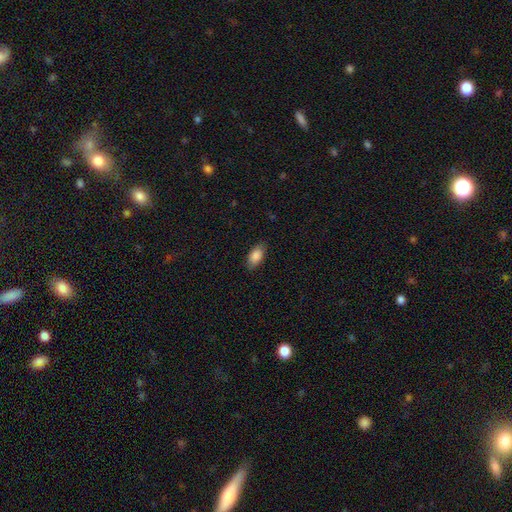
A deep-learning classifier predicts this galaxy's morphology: Q: Smooth or featured?
A: smooth (86%); runner-up: featured or disk (7%)
Q: How rounded?
A: in between (91%); runner-up: cigar-shaped (5%)
Q: Merging?
A: none (84%); runner-up: minor disturbance (12%)